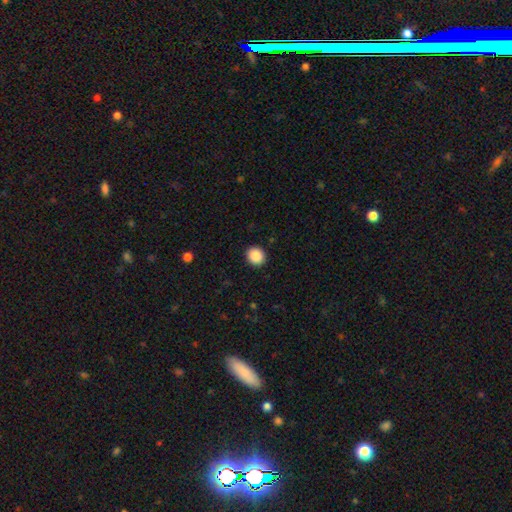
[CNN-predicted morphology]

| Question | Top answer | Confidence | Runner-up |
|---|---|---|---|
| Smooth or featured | smooth | 89% | star or artifact (9%) |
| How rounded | round | 84% | in between (15%) |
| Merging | none | 92% | minor disturbance (5%) |